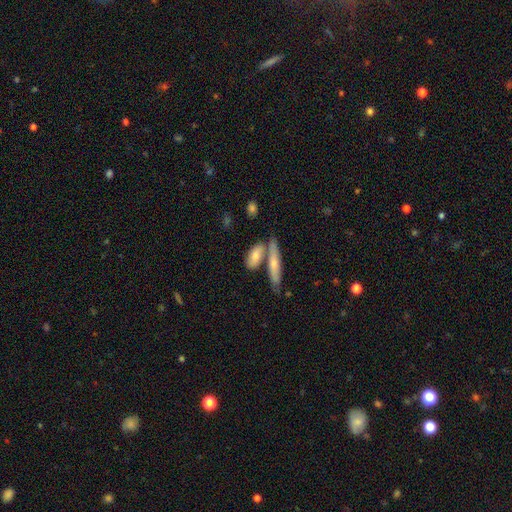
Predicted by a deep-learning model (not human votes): Smooth or featured: smooth — 62% (featured or disk — 32%)
How rounded: in between — 50% (cigar-shaped — 47%)
Merging: none — 52% (merger — 32%)